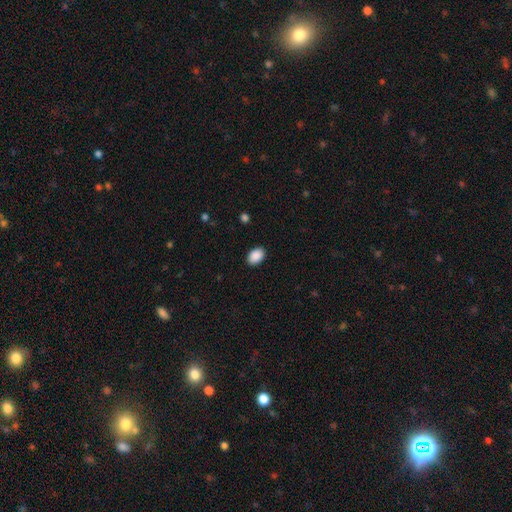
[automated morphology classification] Smooth or featured? Predicted: smooth (p=0.90). How rounded? Predicted: in between (p=0.84). Merging? Predicted: none (p=0.89).